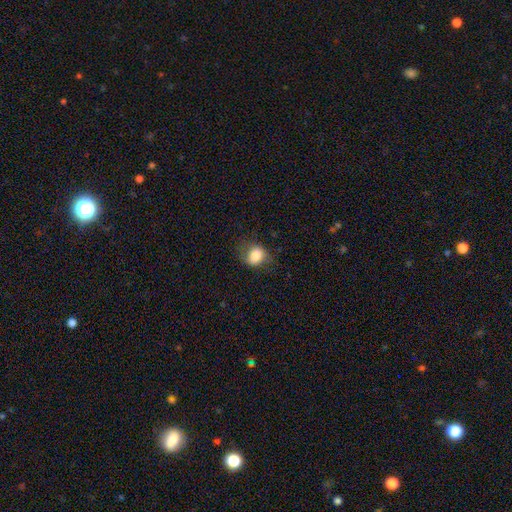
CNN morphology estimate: A smooth galaxy with no disk features (80%) that is round (55%).

Vote fractions:
- Smooth or featured? smooth: 80% / featured or disk: 11% / star or artifact: 9%
- How rounded? round: 55% / in between: 44% / cigar-shaped: 1%
- Merging? none: 67% / minor disturbance: 22% / major disturbance: 10% / merger: 1%